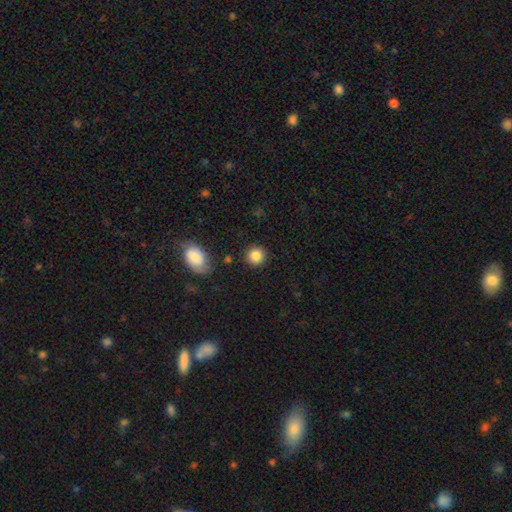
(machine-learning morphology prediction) smooth_or_featured: smooth (p=0.86) [alt: star or artifact p=0.09]
how_rounded: round (p=0.91) [alt: in between p=0.08]
merging: none (p=0.88) [alt: minor disturbance p=0.07]